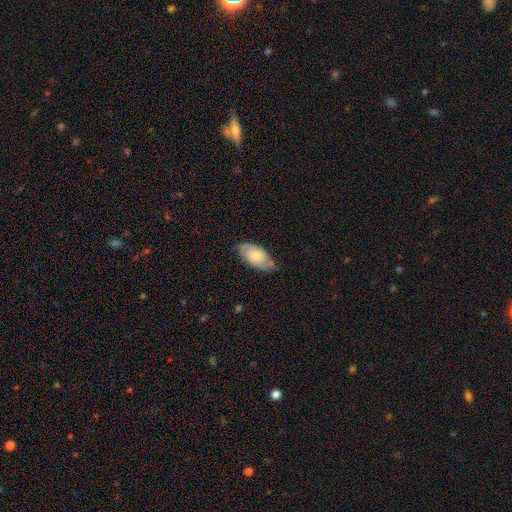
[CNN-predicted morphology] Overall: featured or disk (53%; smooth 41%). Edge-on disk: no (91%). Merging: none (72%).